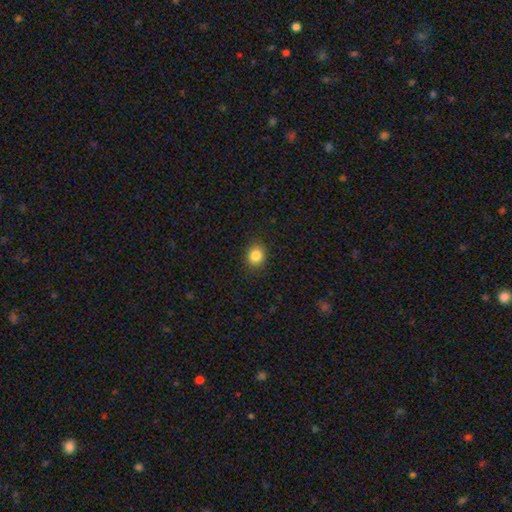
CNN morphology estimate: smooth-or-featured: smooth: 85% | star or artifact: 10% | featured or disk: 4%
  how-rounded: round: 71% | in between: 28% | cigar-shaped: 1%
  merging: none: 89% | minor disturbance: 8% | major disturbance: 2% | merger: 1%